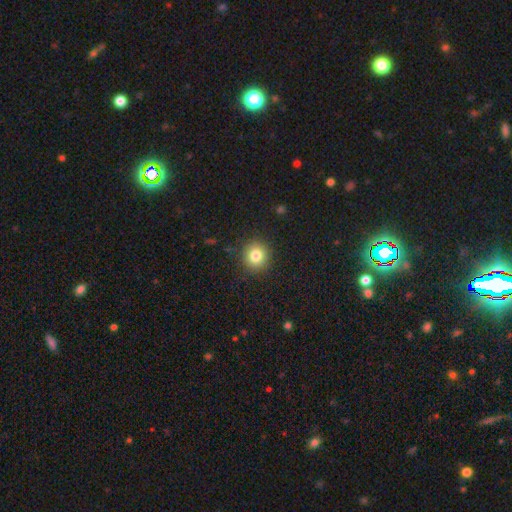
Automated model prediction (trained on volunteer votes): A smooth galaxy with no disk features (82%) that is round (91%).

Vote fractions:
- Smooth or featured? smooth: 82% / star or artifact: 11% / featured or disk: 7%
- How rounded? round: 91% / in between: 9% / cigar-shaped: 1%
- Merging? none: 90% / minor disturbance: 7% / major disturbance: 2% / merger: 1%